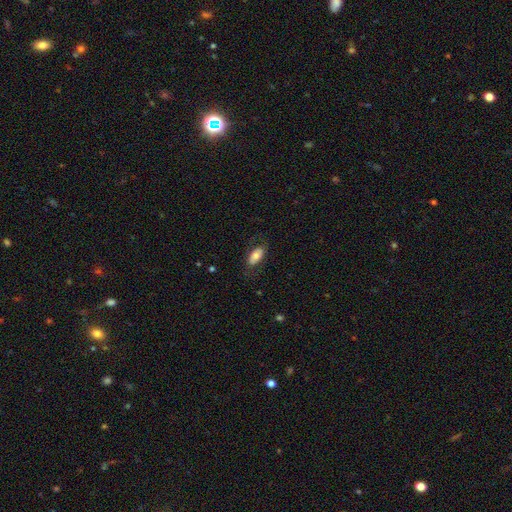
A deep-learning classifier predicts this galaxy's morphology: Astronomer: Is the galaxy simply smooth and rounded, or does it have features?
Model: smooth — 69%.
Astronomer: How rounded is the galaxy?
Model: in between — 91%.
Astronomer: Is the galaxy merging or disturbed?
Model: none — 74%.